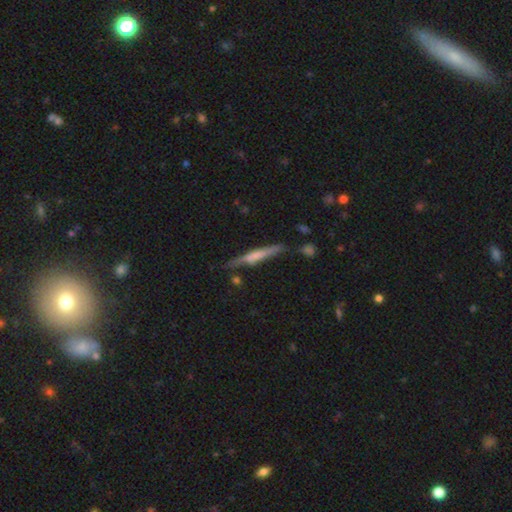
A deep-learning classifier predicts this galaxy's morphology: Q: Smooth or featured?
A: featured or disk (48%); runner-up: smooth (46%)
Q: Merging?
A: none (72%); runner-up: minor disturbance (18%)